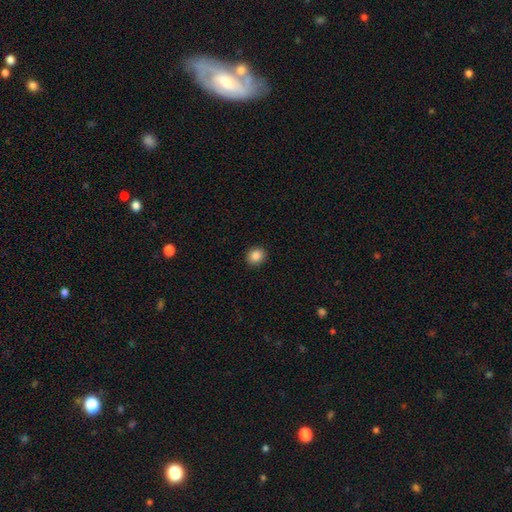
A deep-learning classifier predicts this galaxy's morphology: A smooth galaxy with no disk features (86%) that is round (74%).

Vote fractions:
- Smooth or featured? smooth: 86% / star or artifact: 10% / featured or disk: 4%
- How rounded? round: 74% / in between: 25% / cigar-shaped: 1%
- Merging? none: 92% / minor disturbance: 6% / major disturbance: 2% / merger: 1%